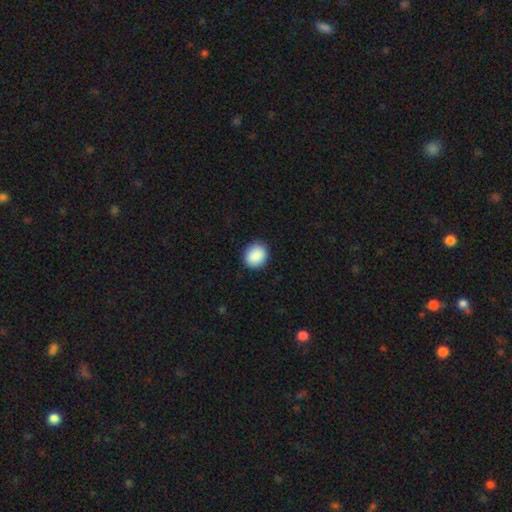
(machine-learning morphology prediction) smooth 90%, star or artifact 7%, featured or disk 3%. Down the decision tree: how rounded — round (70%); merging — none (91%).